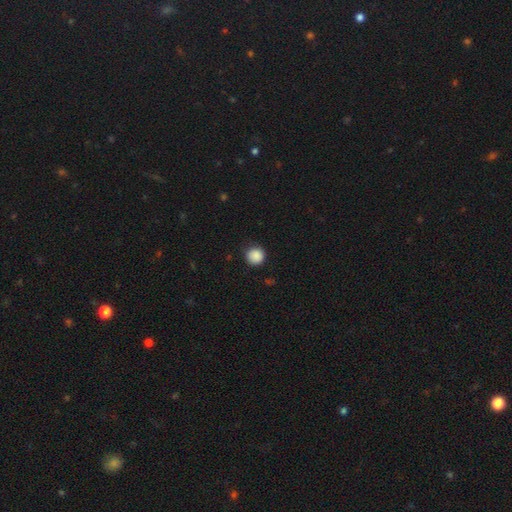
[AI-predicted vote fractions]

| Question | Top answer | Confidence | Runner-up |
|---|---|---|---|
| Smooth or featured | smooth | 88% | star or artifact (9%) |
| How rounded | round | 94% | in between (5%) |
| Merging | none | 86% | minor disturbance (11%) |